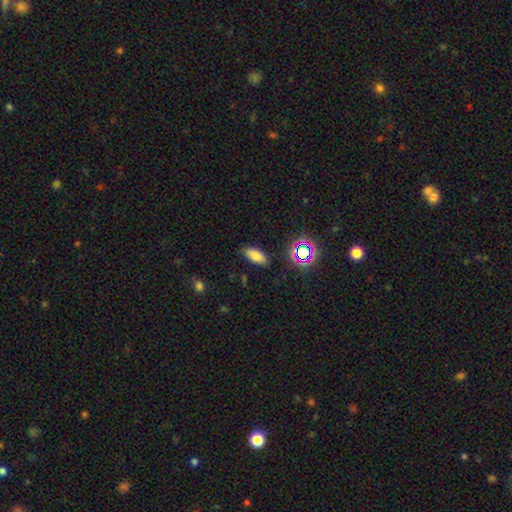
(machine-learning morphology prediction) smooth_or_featured: smooth (p=0.76) [alt: star or artifact p=0.15]
how_rounded: in between (p=0.83) [alt: cigar-shaped p=0.13]
merging: none (p=0.84) [alt: minor disturbance p=0.11]